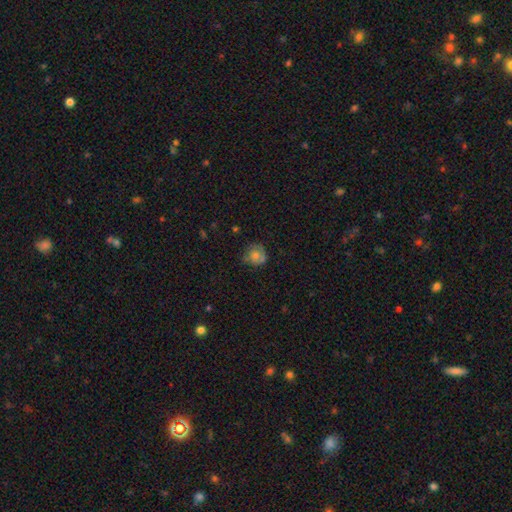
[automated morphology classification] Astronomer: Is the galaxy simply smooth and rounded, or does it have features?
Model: smooth — 68%.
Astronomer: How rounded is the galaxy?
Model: round — 83%.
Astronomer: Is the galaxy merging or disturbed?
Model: none — 60%.